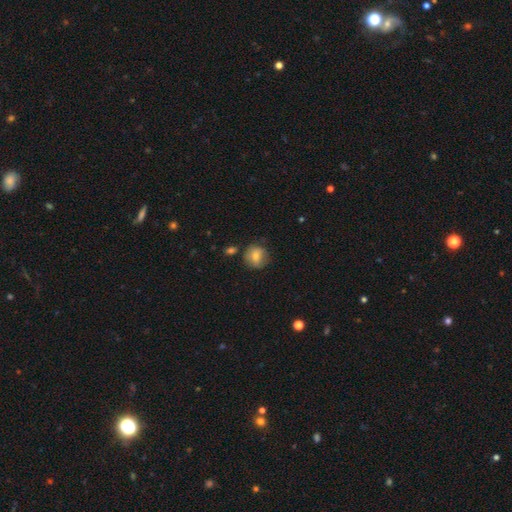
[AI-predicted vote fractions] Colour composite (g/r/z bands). It shows a smooth galaxy with no disk features (74%) that is round (80%). Merging: none (73%).